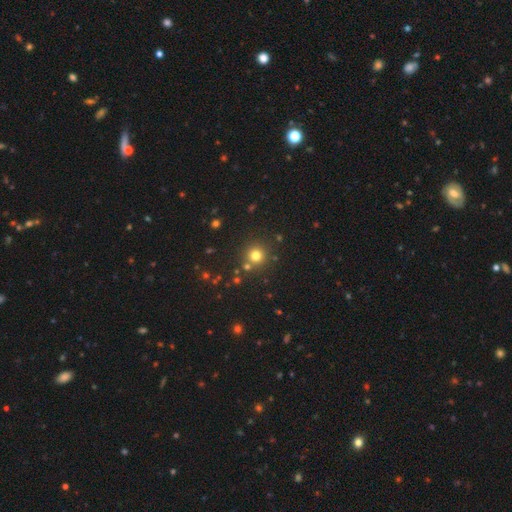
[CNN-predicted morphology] Smooth or featured? smooth (74%)
How rounded? round (95%)
Merging? none (82%)